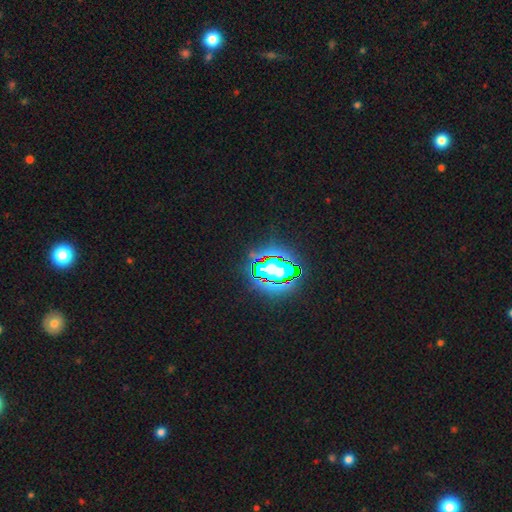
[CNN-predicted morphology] Overall: star or artifact (84%).